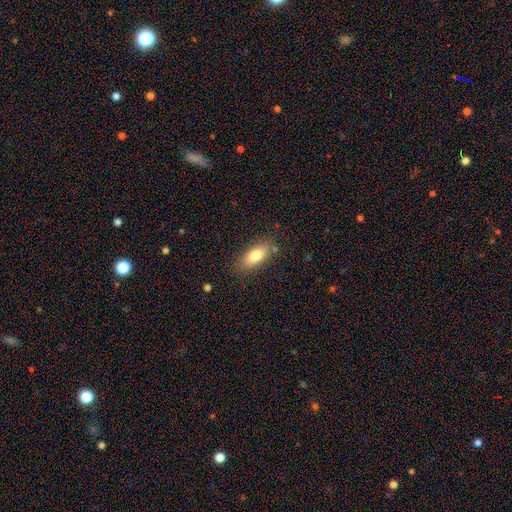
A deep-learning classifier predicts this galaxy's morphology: Smooth or featured?
  - smooth: 76% *
  - featured or disk: 16%
  - star or artifact: 8%
How rounded?
  - in between: 83% *
  - cigar-shaped: 13%
  - round: 4%
Merging?
  - none: 81% *
  - minor disturbance: 13%
  - major disturbance: 3%
  - merger: 3%